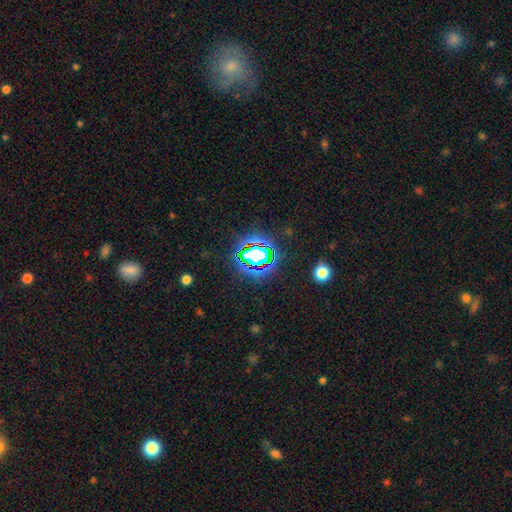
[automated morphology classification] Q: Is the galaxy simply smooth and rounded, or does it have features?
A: star or artifact — 73%.